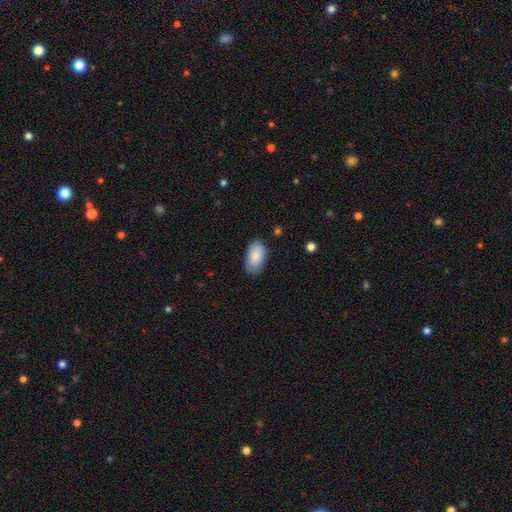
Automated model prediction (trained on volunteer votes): Q: Smooth or featured?
A: smooth (87%); runner-up: featured or disk (7%)
Q: How rounded?
A: in between (95%); runner-up: round (3%)
Q: Merging?
A: none (77%); runner-up: minor disturbance (18%)